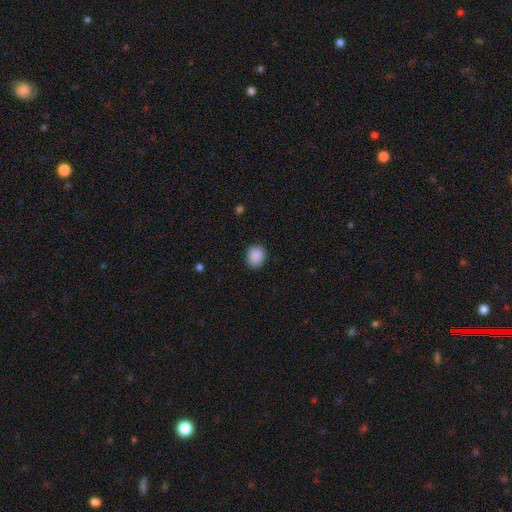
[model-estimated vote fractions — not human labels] Q: Smooth or featured?
A: smooth (89%); runner-up: star or artifact (8%)
Q: How rounded?
A: round (72%); runner-up: in between (27%)
Q: Merging?
A: none (89%); runner-up: minor disturbance (8%)